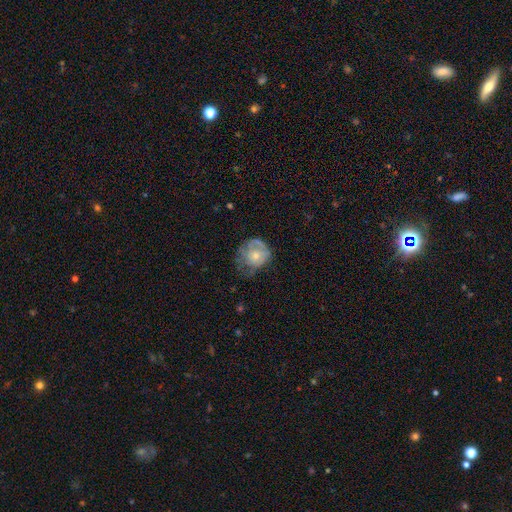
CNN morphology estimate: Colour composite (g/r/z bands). It shows a featured or disk galaxy (47%). Merging: none (40%).